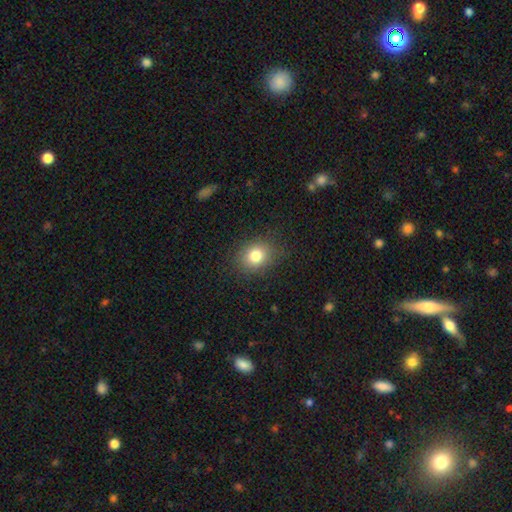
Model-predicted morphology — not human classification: Overall: smooth (80%). How rounded: round (53%; in between 46%). Merging: none (85%).